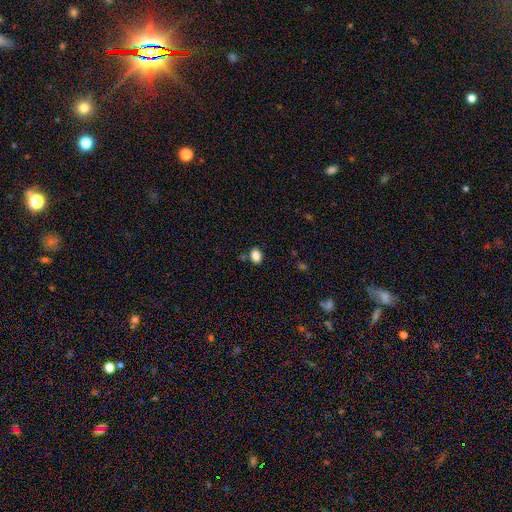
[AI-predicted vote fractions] Morphology: type=smooth (86%); roundness=in between (71%); merging=none (80%).